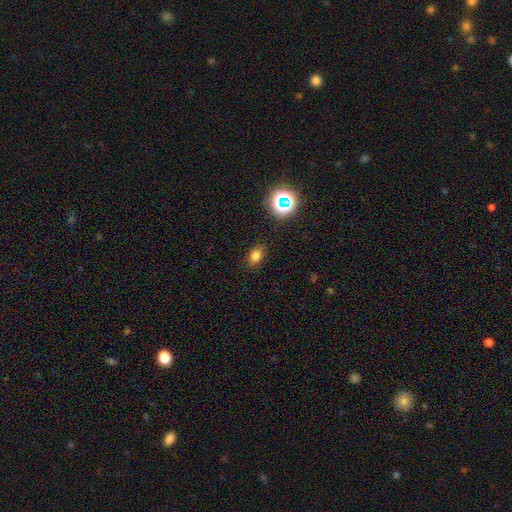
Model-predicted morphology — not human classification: smooth 75%, star or artifact 17%, featured or disk 7%. Down the decision tree: how rounded — in between (75%); merging — none (84%).